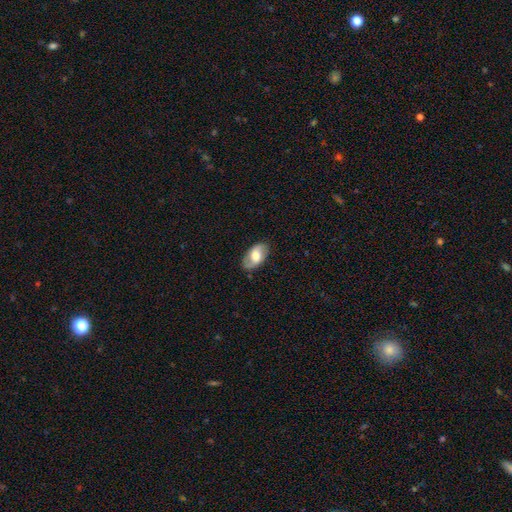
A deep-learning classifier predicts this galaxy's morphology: Q: Smooth or featured?
A: featured or disk (48%); runner-up: smooth (45%)
Q: Merging?
A: none (82%); runner-up: minor disturbance (14%)